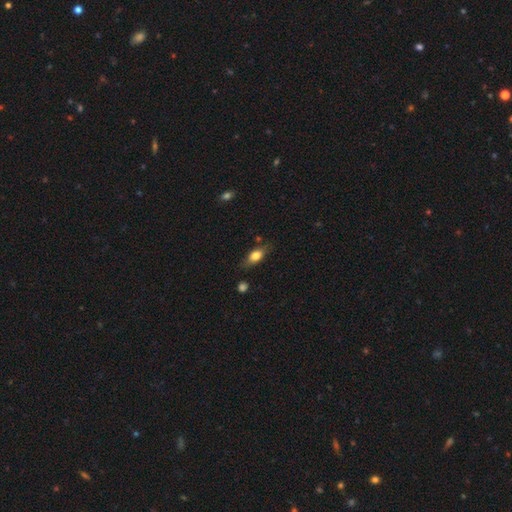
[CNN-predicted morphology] The model was most divided on "smooth or featured": smooth: 71%, featured or disk: 21%, star or artifact: 8%. More confident: how rounded — in between (78%); merging — none (73%).